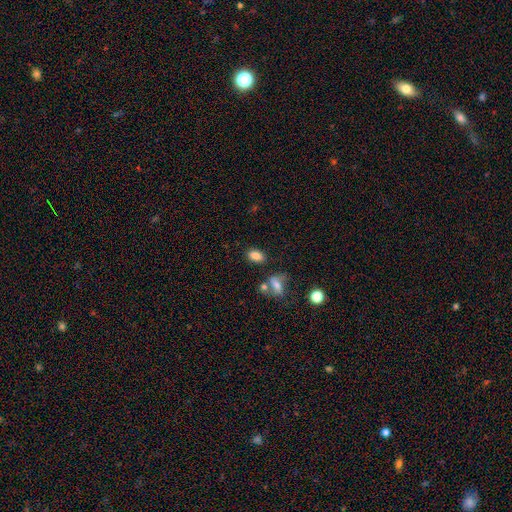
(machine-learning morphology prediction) Q: Smooth or featured?
A: smooth (83%); runner-up: star or artifact (10%)
Q: How rounded?
A: in between (87%); runner-up: round (11%)
Q: Merging?
A: none (77%); runner-up: minor disturbance (11%)